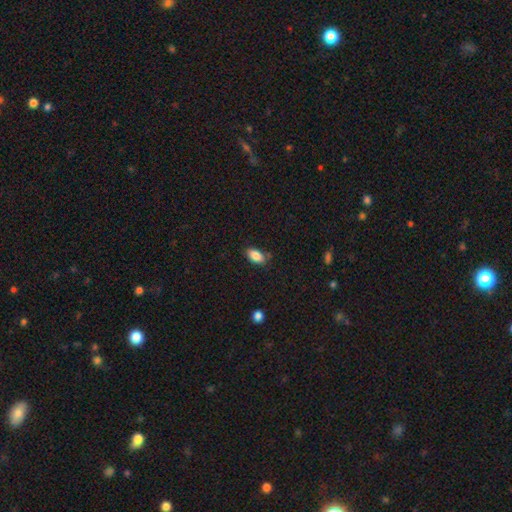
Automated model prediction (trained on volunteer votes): smooth_or_featured: smooth (p=0.86) [alt: star or artifact p=0.08]
how_rounded: in between (p=0.92) [alt: round p=0.05]
merging: none (p=0.78) [alt: minor disturbance p=0.15]